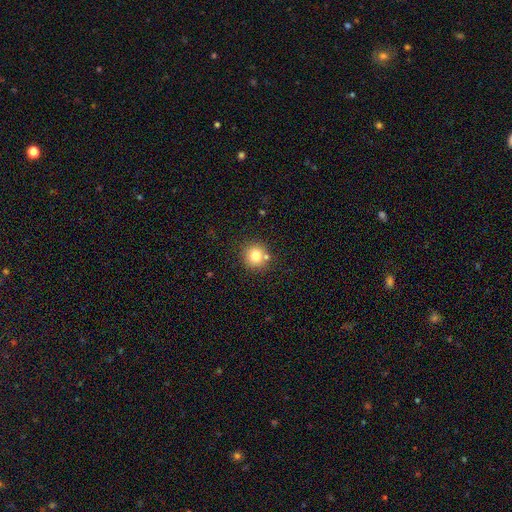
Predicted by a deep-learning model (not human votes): This is likely a smooth galaxy (79%). How rounded: clearly round (90%). Merging: likely none (74%).